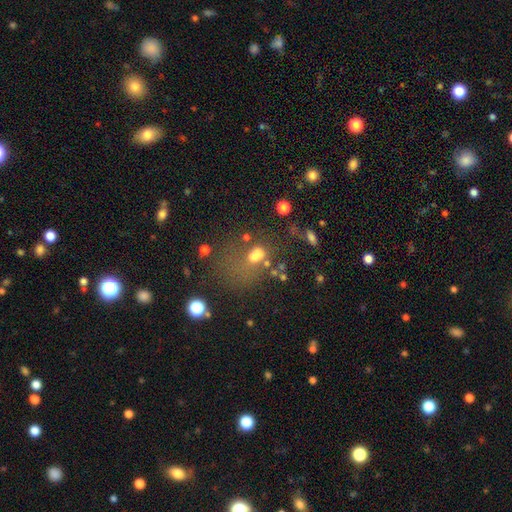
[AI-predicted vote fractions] A smooth galaxy with no disk features (55%) that is in between round and cigar-shaped (61%).

Vote fractions:
- Smooth or featured? smooth: 55% / star or artifact: 27% / featured or disk: 18%
- How rounded? in between: 61% / round: 37% / cigar-shaped: 2%
- Merging? none: 39% / major disturbance: 26% / minor disturbance: 18% / merger: 16%